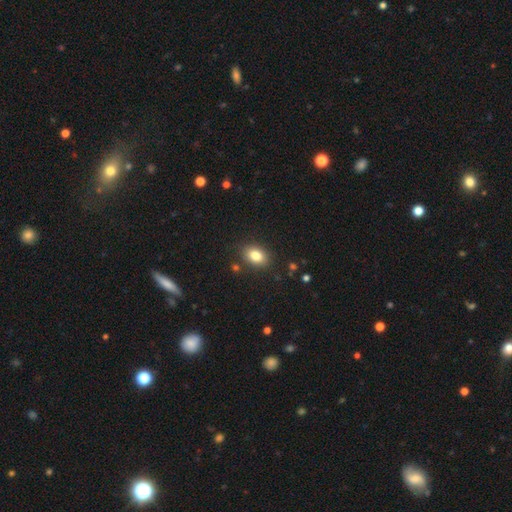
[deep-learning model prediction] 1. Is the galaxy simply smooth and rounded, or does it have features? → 83% smooth, 9% star or artifact, 8% featured or disk.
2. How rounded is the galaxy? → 81% in between, 18% round, 1% cigar-shaped.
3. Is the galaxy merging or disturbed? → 85% none, 10% minor disturbance, 3% major disturbance, 2% merger.